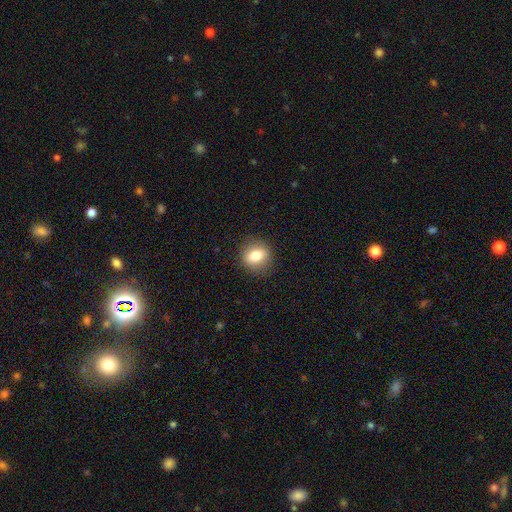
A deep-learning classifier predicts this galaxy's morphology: A smooth galaxy with no disk features (77%) that is round (63%).

Vote fractions:
- Smooth or featured? smooth: 77% / featured or disk: 14% / star or artifact: 9%
- How rounded? round: 63% / in between: 35% / cigar-shaped: 2%
- Merging? none: 87% / minor disturbance: 9% / major disturbance: 3% / merger: 1%